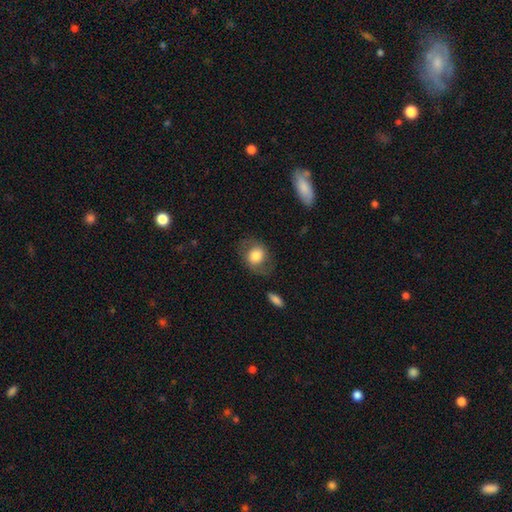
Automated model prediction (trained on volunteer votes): The model was most divided on "how rounded": round: 55%, in between: 44%, cigar-shaped: 1%. More confident: merging — none (69%); smooth or featured — smooth (62%).